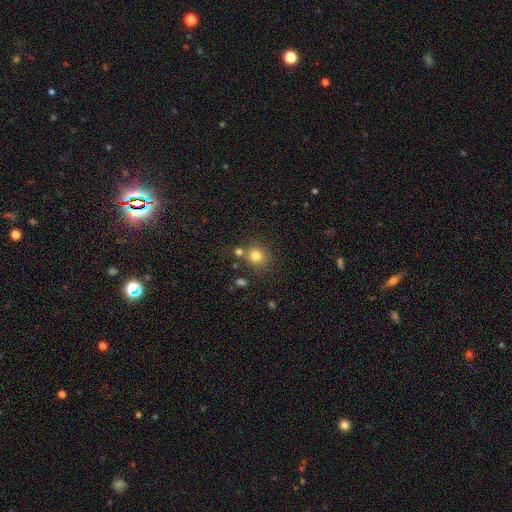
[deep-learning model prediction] smooth_or_featured: smooth (p=0.80) [alt: star or artifact p=0.13]
how_rounded: round (p=0.84) [alt: in between p=0.15]
merging: none (p=0.67) [alt: merger p=0.18]